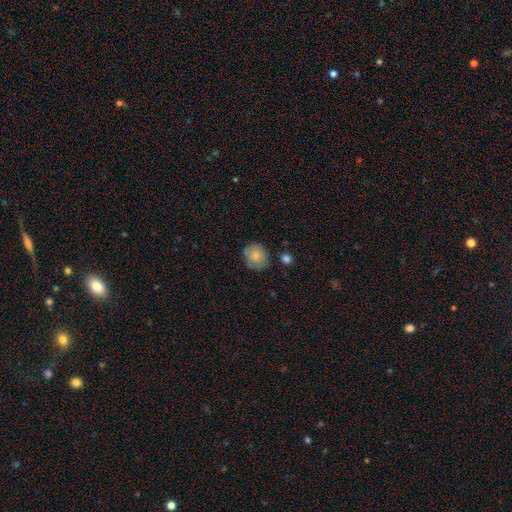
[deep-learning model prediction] Q: Smooth or featured?
A: smooth (76%); runner-up: featured or disk (17%)
Q: How rounded?
A: round (77%); runner-up: in between (22%)
Q: Merging?
A: none (75%); runner-up: minor disturbance (18%)